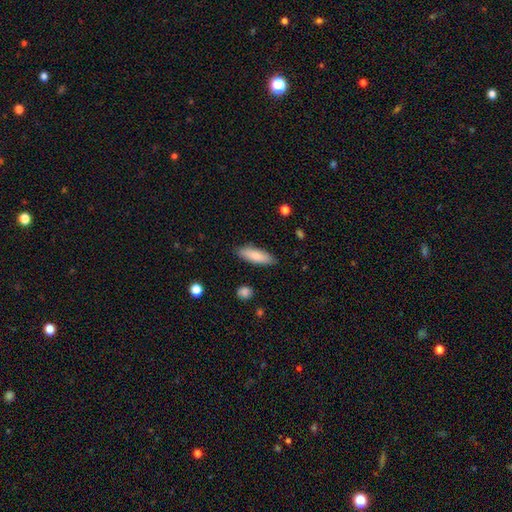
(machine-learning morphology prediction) smooth 81%, featured or disk 13%, star or artifact 6%. Down the decision tree: how rounded — in between (50%); merging — none (86%).